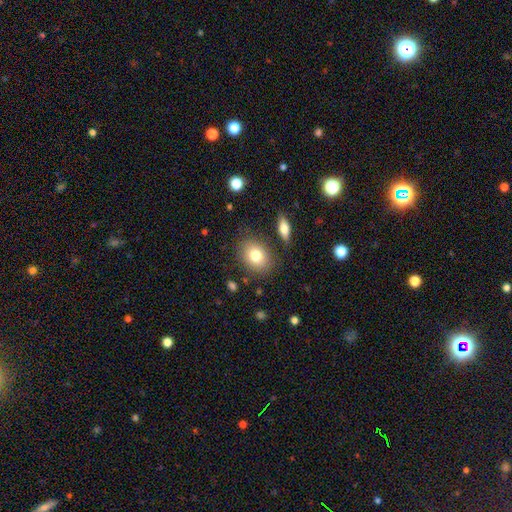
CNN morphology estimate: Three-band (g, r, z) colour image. It shows a smooth galaxy with no disk features (78%) that is in between round and cigar-shaped (60%). Merging: none (82%).